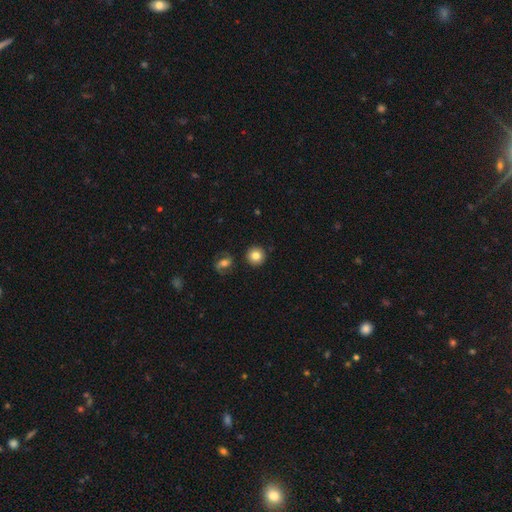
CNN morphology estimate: A smooth galaxy with no disk features (81%) that is round (94%).

Vote fractions:
- Smooth or featured? smooth: 81% / featured or disk: 10% / star or artifact: 9%
- How rounded? round: 94% / in between: 5% / cigar-shaped: 1%
- Merging? none: 88% / minor disturbance: 6% / merger: 3% / major disturbance: 2%